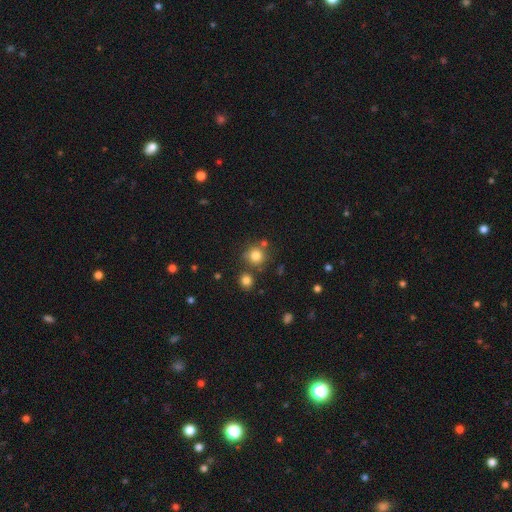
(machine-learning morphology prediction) smooth_or_featured: smooth (p=0.79) [alt: star or artifact p=0.13]
how_rounded: round (p=0.92) [alt: in between p=0.07]
merging: none (p=0.74) [alt: merger p=0.13]